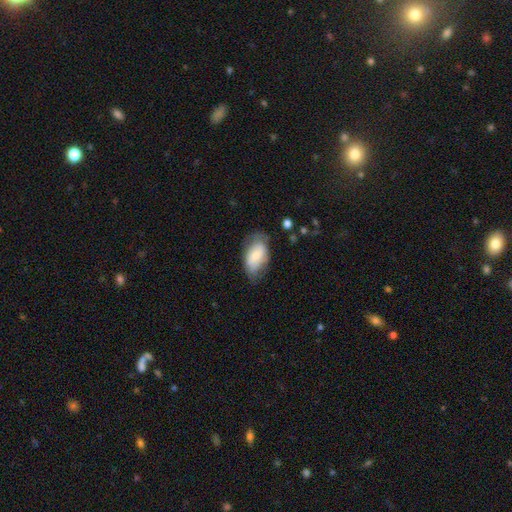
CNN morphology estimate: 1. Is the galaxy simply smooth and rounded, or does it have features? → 67% smooth, 27% featured or disk, 6% star or artifact.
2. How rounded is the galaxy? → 93% in between, 5% round, 2% cigar-shaped.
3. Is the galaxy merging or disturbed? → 64% none, 26% minor disturbance, 9% major disturbance, 2% merger.